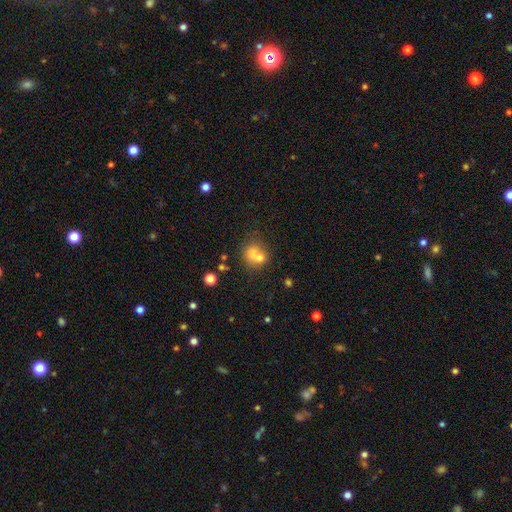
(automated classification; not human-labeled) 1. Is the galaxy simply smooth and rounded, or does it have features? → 67% smooth, 19% featured or disk, 14% star or artifact.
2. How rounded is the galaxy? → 66% round, 33% in between, 1% cigar-shaped.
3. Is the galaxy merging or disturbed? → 50% merger, 33% none, 10% minor disturbance, 6% major disturbance.